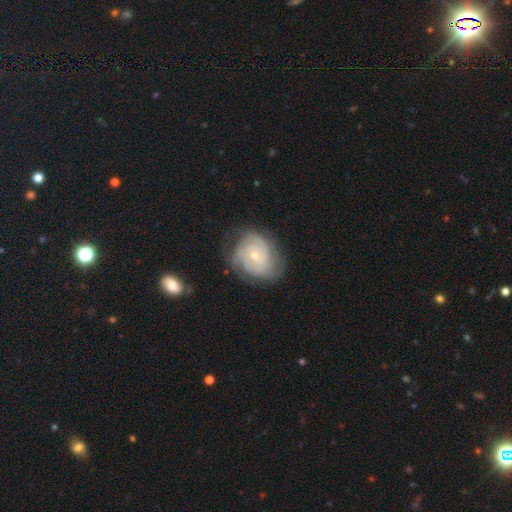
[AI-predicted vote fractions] A featured or disk galaxy (78%) with no bar (73%), tight (65%) spiral arms (92%) and a small central bulge (63%).

Vote fractions:
- Smooth or featured? featured or disk: 78% / smooth: 16% / star or artifact: 6%
- Edge-on disk? no: 98% / yes: 2%
- Bar? no: 73% / weak: 23% / strong: 4%
- Spiral arms? yes: 92% / no: 8%
- Spiral winding? tight: 65% / medium: 28% / loose: 8%
- Spiral arm count? can't tell: 36% / 3: 25% / 2: 20% / 4: 10% / 1: 5% / more than 4: 5%
- Bulge size? small: 63% / moderate: 33% / large: 1% / none: 1% / dominant: 1%
- Merging? none: 64% / minor disturbance: 23% / major disturbance: 11% / merger: 2%